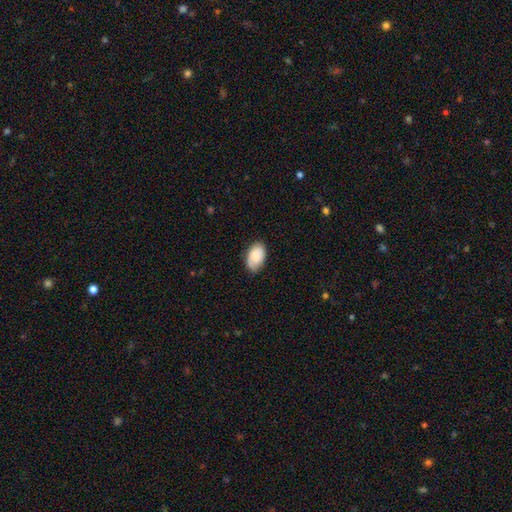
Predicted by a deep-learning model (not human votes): Q: Smooth or featured?
A: smooth (80%); runner-up: featured or disk (13%)
Q: How rounded?
A: in between (92%); runner-up: round (6%)
Q: Merging?
A: none (73%); runner-up: minor disturbance (22%)